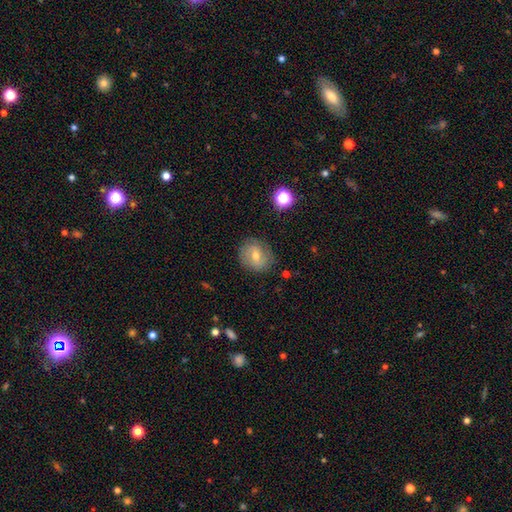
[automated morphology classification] Smooth or featured?
  - smooth: 47% *
  - featured or disk: 41%
  - star or artifact: 12%
Merging?
  - none: 80% *
  - minor disturbance: 14%
  - major disturbance: 4%
  - merger: 1%